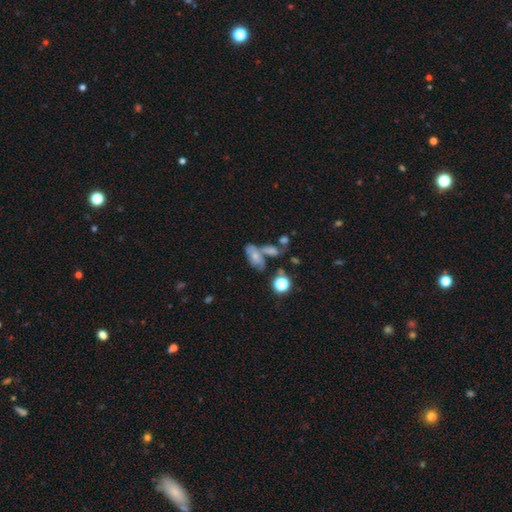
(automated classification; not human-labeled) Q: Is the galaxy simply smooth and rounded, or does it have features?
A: smooth — 55%.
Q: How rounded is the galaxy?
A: in between — 81%.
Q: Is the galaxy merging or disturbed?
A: merger — 42%.